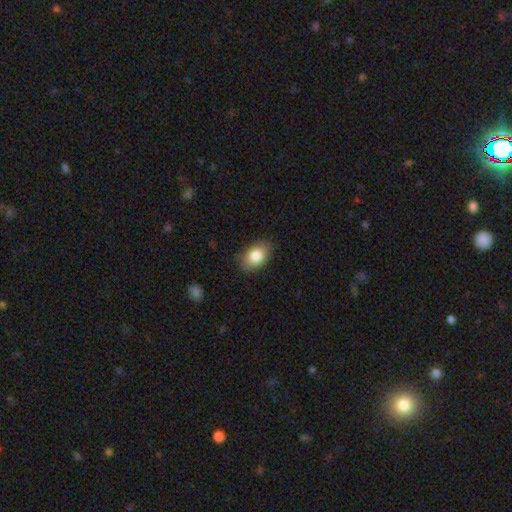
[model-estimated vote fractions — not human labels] smooth-or-featured: smooth: 84% | featured or disk: 9% | star or artifact: 7%
  how-rounded: in between: 86% | round: 13% | cigar-shaped: 1%
  merging: none: 82% | minor disturbance: 14% | major disturbance: 3% | merger: 1%